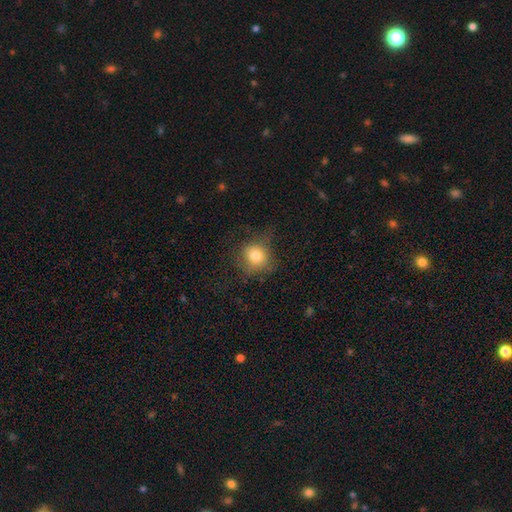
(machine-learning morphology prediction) Smooth or featured?
  - smooth: 77% *
  - star or artifact: 12%
  - featured or disk: 11%
How rounded?
  - round: 85% *
  - in between: 14%
  - cigar-shaped: 1%
Merging?
  - none: 65% *
  - minor disturbance: 21%
  - major disturbance: 13%
  - merger: 1%